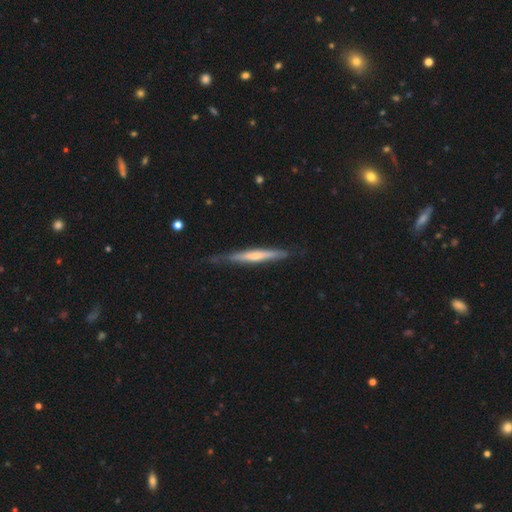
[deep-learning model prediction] smooth_or_featured: featured or disk (p=0.53) [alt: smooth p=0.42]
disk_edge_on: yes (p=0.92) [alt: no p=0.08]
merging: none (p=0.72) [alt: minor disturbance p=0.22]